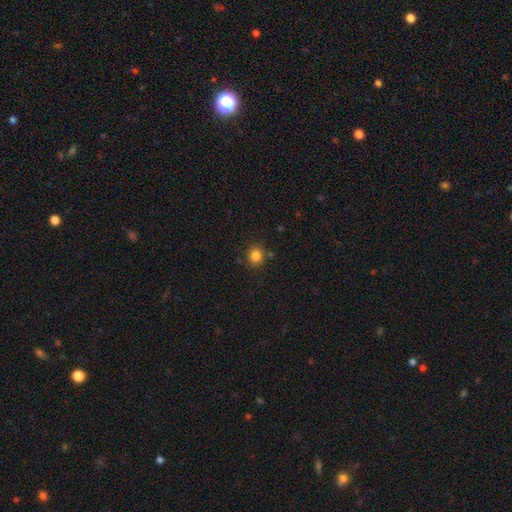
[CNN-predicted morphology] This is clearly a smooth galaxy (84%). How rounded: likely round (77%). Merging: clearly none (83%).